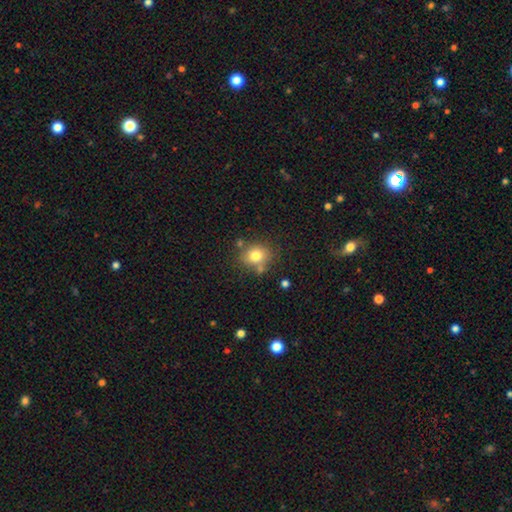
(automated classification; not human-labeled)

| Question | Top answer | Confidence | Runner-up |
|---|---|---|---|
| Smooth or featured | smooth | 77% | featured or disk (11%) |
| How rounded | round | 63% | in between (36%) |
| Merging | none | 69% | minor disturbance (15%) |